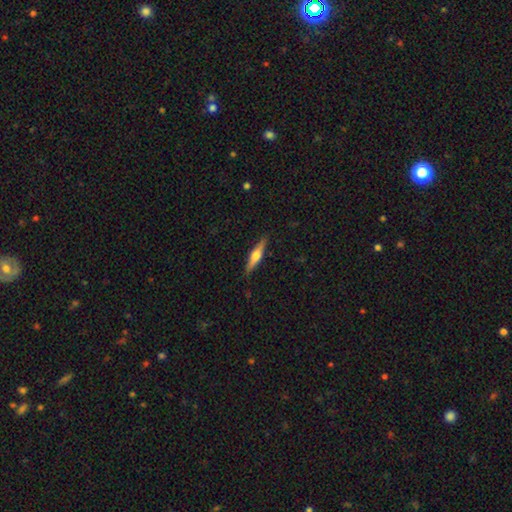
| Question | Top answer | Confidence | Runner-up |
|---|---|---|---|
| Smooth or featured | featured or disk | 63% | smooth (34%) |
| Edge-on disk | yes | 100% | — |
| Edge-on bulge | rounded | 92% | boxy (4%) |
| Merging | none | 84% | minor disturbance (16%) |